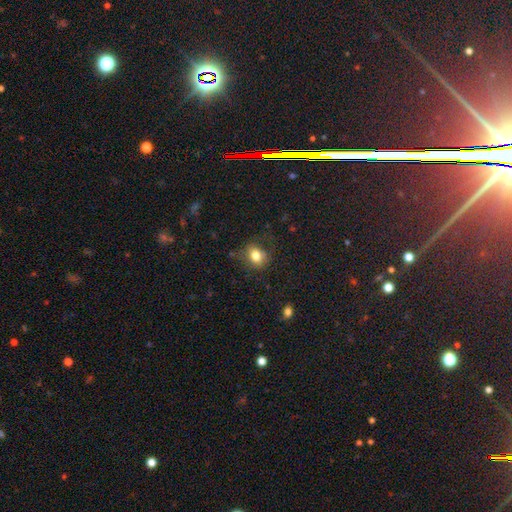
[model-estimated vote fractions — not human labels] smooth-or-featured: smooth: 81% | star or artifact: 10% | featured or disk: 9%
  how-rounded: in between: 55% | round: 44% | cigar-shaped: 1%
  merging: none: 72% | minor disturbance: 19% | major disturbance: 7% | merger: 2%